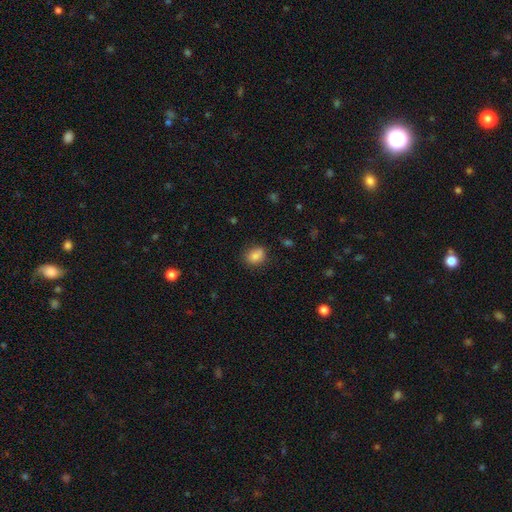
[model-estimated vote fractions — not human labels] smooth-or-featured: smooth: 83% | star or artifact: 10% | featured or disk: 7%
  how-rounded: in between: 50% | round: 48% | cigar-shaped: 1%
  merging: none: 71% | minor disturbance: 18% | merger: 7% | major disturbance: 4%